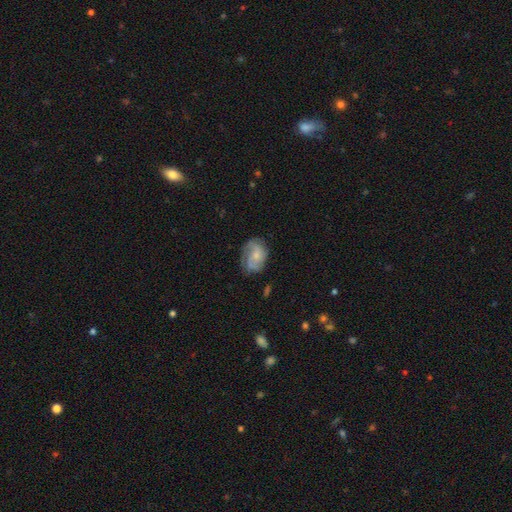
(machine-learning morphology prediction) Smooth or featured? featured or disk (69%)
Edge-on disk? no (98%)
Bar? no (70%)
Spiral arms? yes (91%)
Spiral winding? medium (47%)
Spiral arm count? 2 (48%)
Bulge size? small (58%)
Merging? none (64%)